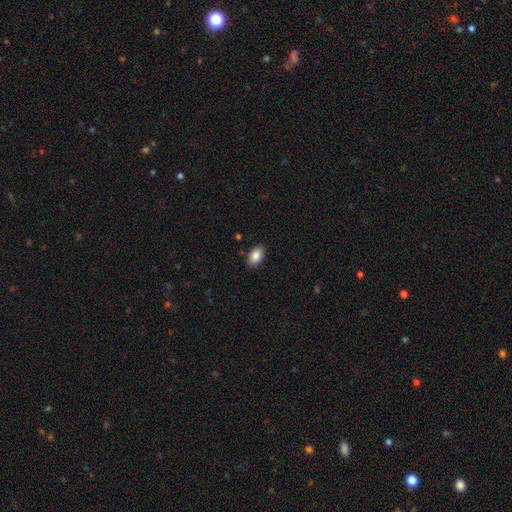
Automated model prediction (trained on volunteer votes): The model was most divided on "merging": none: 86%, minor disturbance: 11%, major disturbance: 2%, merger: 1%. More confident: how rounded — in between (91%); smooth or featured — smooth (87%).